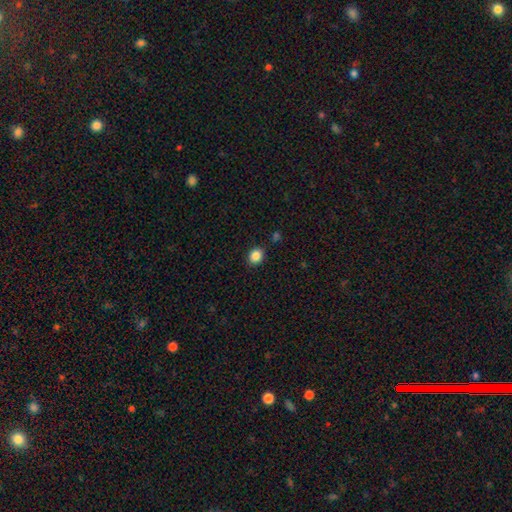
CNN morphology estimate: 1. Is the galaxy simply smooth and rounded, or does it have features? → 86% smooth, 10% star or artifact, 4% featured or disk.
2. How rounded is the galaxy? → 68% round, 31% in between, 1% cigar-shaped.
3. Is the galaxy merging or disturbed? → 85% none, 9% minor disturbance, 3% merger, 3% major disturbance.